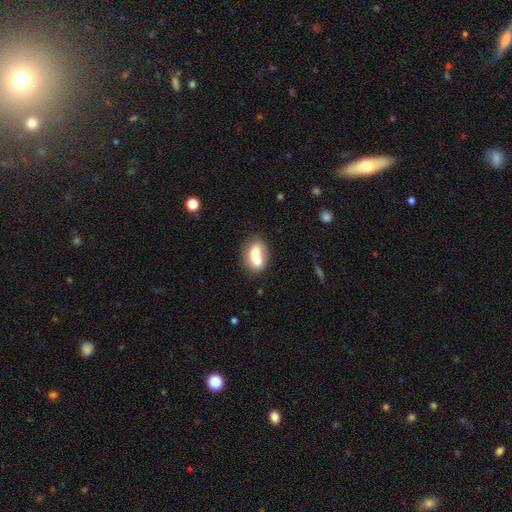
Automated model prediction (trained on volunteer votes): smooth_or_featured: smooth (p=0.65) [alt: featured or disk p=0.27]
how_rounded: in between (p=0.73) [alt: round p=0.25]
merging: merger (p=0.58) [alt: none p=0.28]